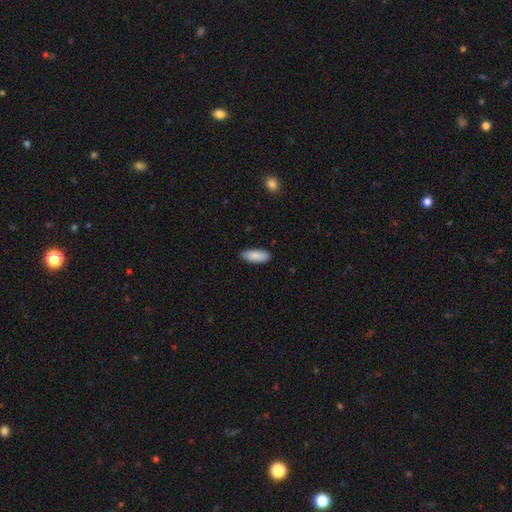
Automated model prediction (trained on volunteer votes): Smooth or featured? smooth (89%)
How rounded? in between (80%)
Merging? none (87%)